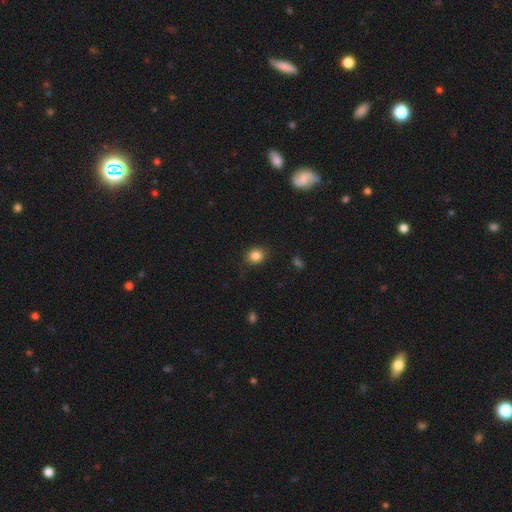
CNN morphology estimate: This is clearly a smooth galaxy (85%). How rounded: likely round (66%). Merging: clearly none (84%).